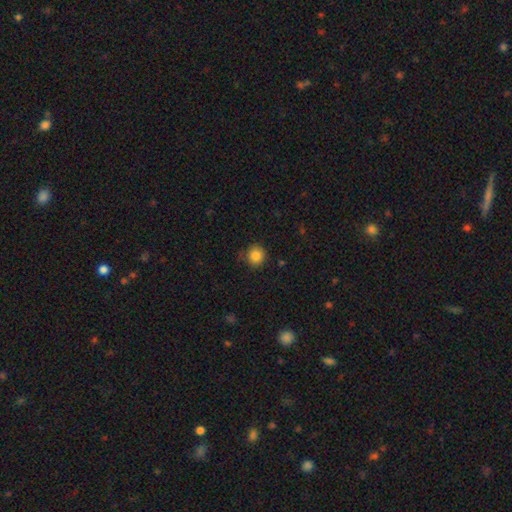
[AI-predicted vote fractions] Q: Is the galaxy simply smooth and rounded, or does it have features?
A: smooth — 85%.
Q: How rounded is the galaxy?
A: round — 92%.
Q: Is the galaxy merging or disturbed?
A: none — 83%.